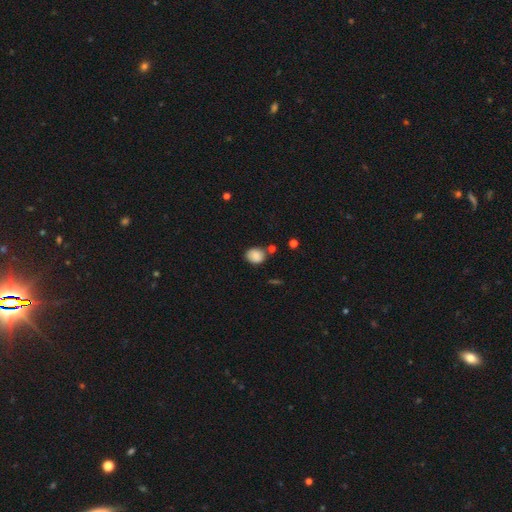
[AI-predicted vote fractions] smooth-or-featured: smooth: 84% | star or artifact: 9% | featured or disk: 7%
  how-rounded: round: 53% | in between: 46% | cigar-shaped: 1%
  merging: none: 74% | minor disturbance: 16% | merger: 7% | major disturbance: 3%